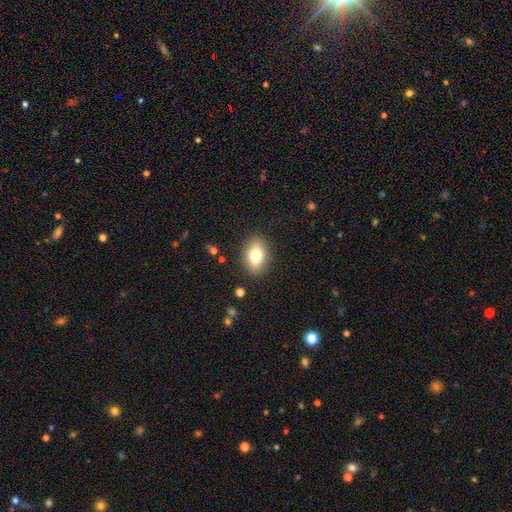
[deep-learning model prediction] The model was most divided on "smooth or featured": smooth: 77%, featured or disk: 15%, star or artifact: 8%. More confident: merging — none (87%); how rounded — in between (84%).